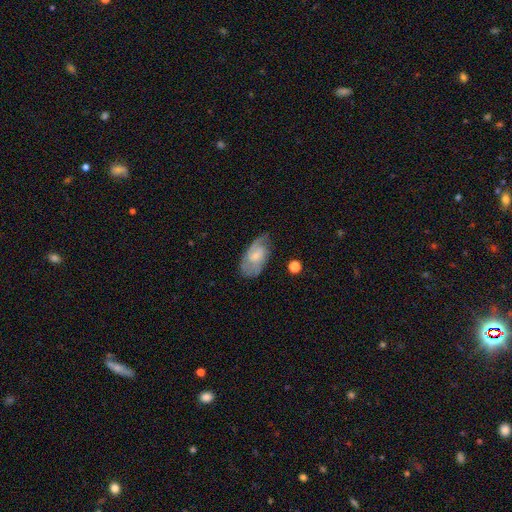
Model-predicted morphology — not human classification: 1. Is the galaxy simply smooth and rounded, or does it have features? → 63% featured or disk, 30% smooth, 7% star or artifact.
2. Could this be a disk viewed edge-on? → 95% no, 5% yes.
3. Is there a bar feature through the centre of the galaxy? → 56% no, 38% weak, 6% strong.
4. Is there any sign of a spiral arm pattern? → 86% yes, 14% no.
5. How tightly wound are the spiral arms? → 45% medium, 33% tight, 22% loose.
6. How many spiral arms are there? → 52% 2, 27% can't tell, 8% 1, 8% 3, 2% 4, 2% more than 4.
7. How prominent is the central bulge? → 60% small, 27% moderate, 10% none, 2% large, 1% dominant.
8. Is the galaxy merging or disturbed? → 62% none, 25% minor disturbance, 11% major disturbance, 2% merger.